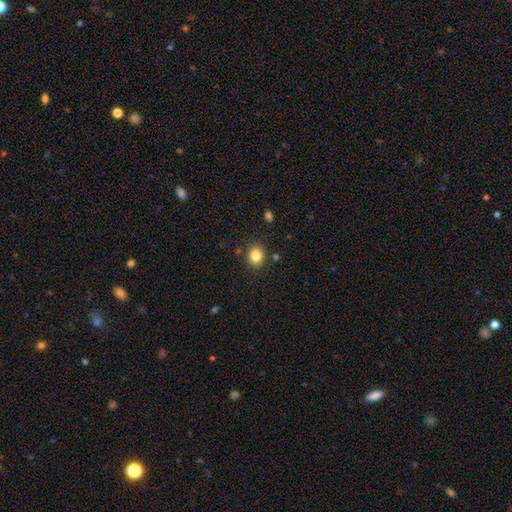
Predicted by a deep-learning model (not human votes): Smooth or featured?
  - smooth: 83% *
  - star or artifact: 11%
  - featured or disk: 6%
How rounded?
  - round: 69% *
  - in between: 30%
  - cigar-shaped: 1%
Merging?
  - none: 86% *
  - minor disturbance: 9%
  - merger: 3%
  - major disturbance: 3%